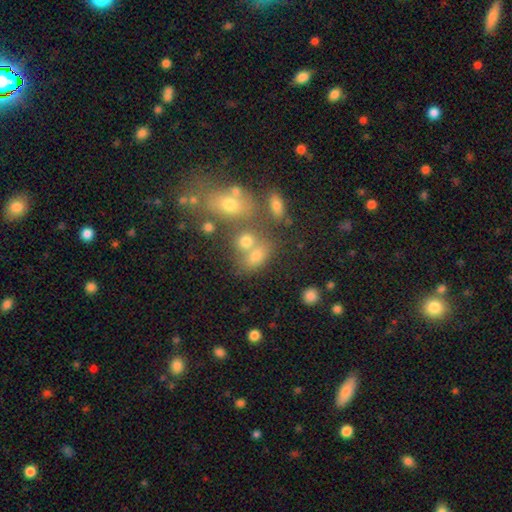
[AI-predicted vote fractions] A smooth galaxy with no disk features (69%) that is in between round and cigar-shaped (65%).

Vote fractions:
- Smooth or featured? smooth: 69% / star or artifact: 17% / featured or disk: 15%
- How rounded? in between: 65% / round: 32% / cigar-shaped: 3%
- Merging? none: 43% / merger: 38% / minor disturbance: 12% / major disturbance: 6%